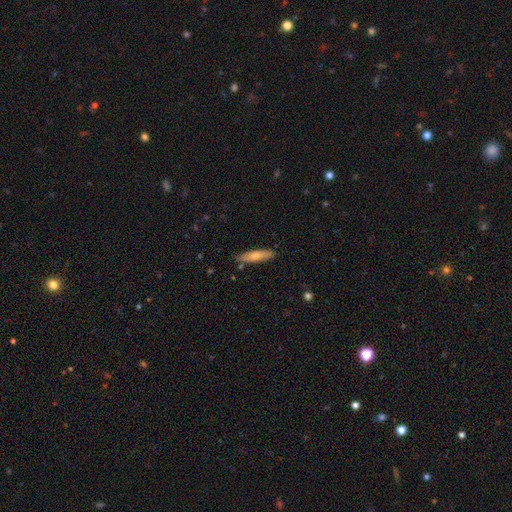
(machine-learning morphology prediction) This is likely a smooth galaxy (69%). How rounded: likely cigar-shaped (78%). Merging: clearly none (84%).